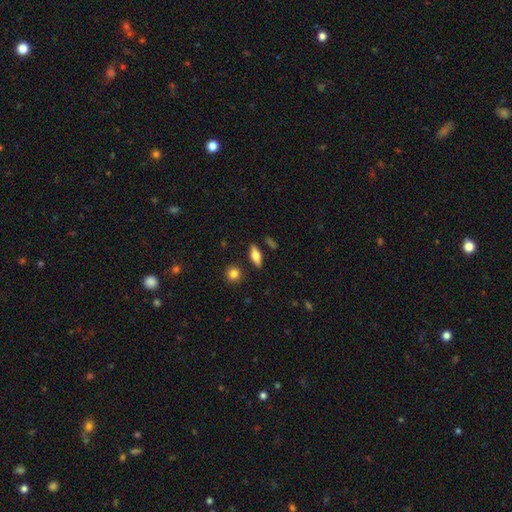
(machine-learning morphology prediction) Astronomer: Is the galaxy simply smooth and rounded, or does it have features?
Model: smooth — 58% (runner-up: featured or disk, 34%).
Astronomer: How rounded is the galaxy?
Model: in between — 69%.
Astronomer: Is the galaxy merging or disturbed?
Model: none — 86%.